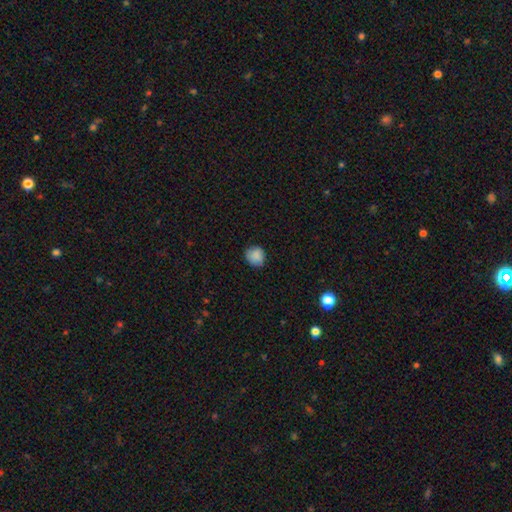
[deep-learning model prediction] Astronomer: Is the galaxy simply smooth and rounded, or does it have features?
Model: smooth — 86%.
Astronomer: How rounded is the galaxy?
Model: round — 83%.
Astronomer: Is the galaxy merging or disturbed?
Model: none — 79%.